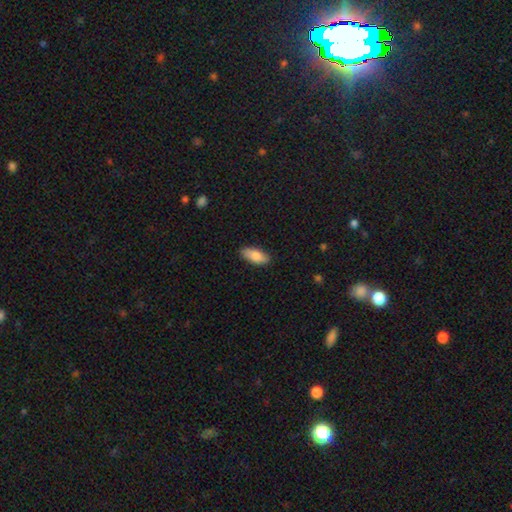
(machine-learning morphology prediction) Q: Smooth or featured?
A: smooth (81%); runner-up: featured or disk (13%)
Q: How rounded?
A: in between (83%); runner-up: cigar-shaped (14%)
Q: Merging?
A: none (85%); runner-up: minor disturbance (12%)